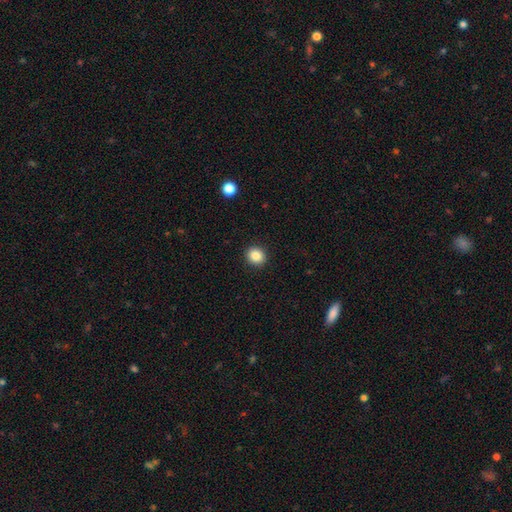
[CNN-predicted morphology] Smooth or featured: smooth — 86% (star or artifact — 10%)
How rounded: round — 83% (in between — 16%)
Merging: none — 92% (minor disturbance — 5%)